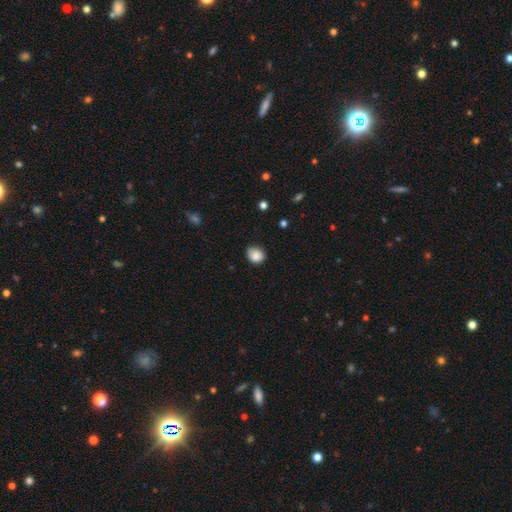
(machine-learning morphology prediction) This is clearly a smooth galaxy (85%). How rounded: likely round (66%). Merging: likely none (66%).